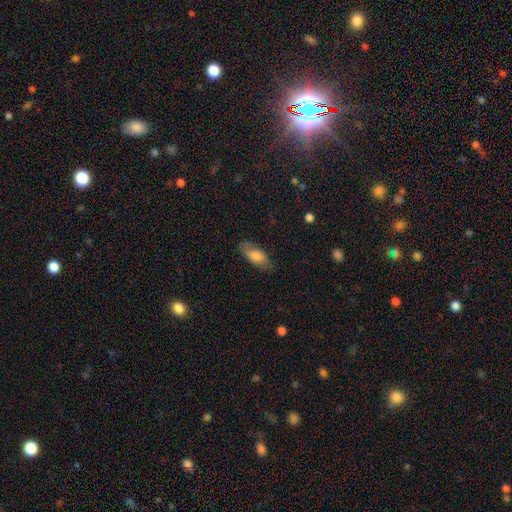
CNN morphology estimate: smooth 76%, featured or disk 17%, star or artifact 7%. Down the decision tree: how rounded — in between (80%); merging — none (80%).